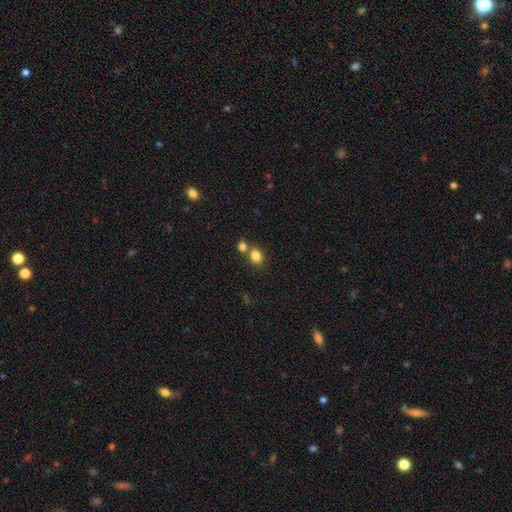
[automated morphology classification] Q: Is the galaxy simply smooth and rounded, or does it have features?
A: smooth — 83%.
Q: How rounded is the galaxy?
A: in between — 54%.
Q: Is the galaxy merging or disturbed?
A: none — 57%.